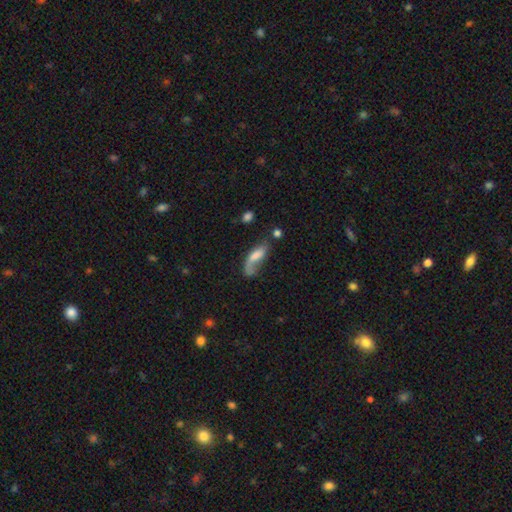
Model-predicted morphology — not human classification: Smooth or featured? smooth (55%)
How rounded? in between (64%)
Merging? none (33%, tied with major disturbance)